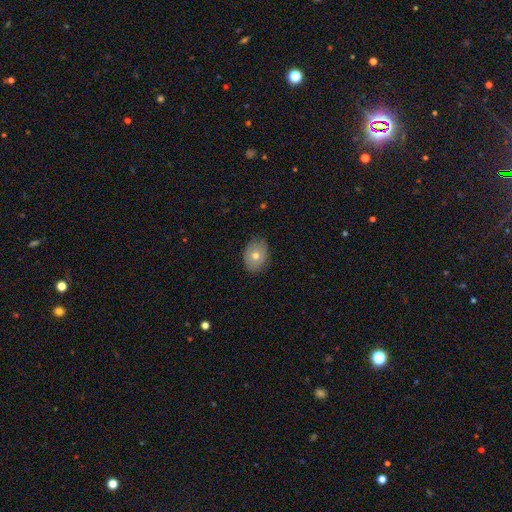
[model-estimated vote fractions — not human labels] Smooth or featured? Predicted: smooth (p=0.68). How rounded? Predicted: in between (p=0.67). Merging? Predicted: none (p=0.78).